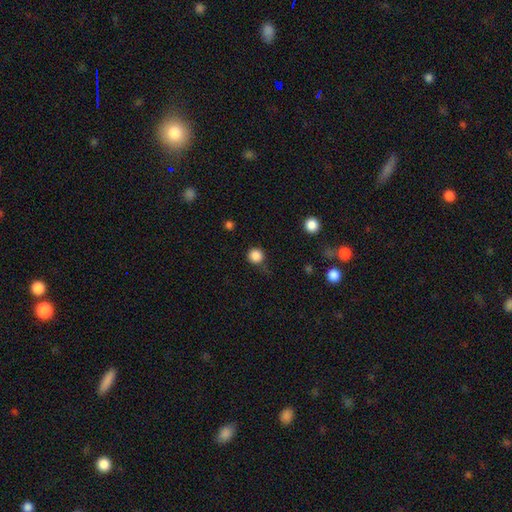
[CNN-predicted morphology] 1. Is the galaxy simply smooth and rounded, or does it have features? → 86% smooth, 11% star or artifact, 3% featured or disk.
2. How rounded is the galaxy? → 94% round, 5% in between, 1% cigar-shaped.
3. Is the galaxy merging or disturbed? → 79% none, 14% minor disturbance, 5% major disturbance, 2% merger.